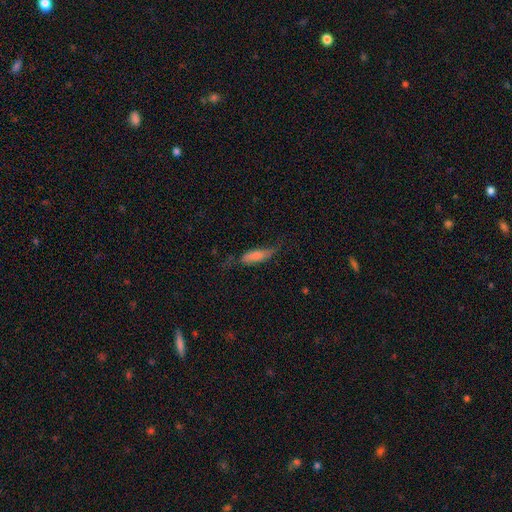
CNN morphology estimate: The model was most divided on "how rounded": in between: 52%, cigar-shaped: 45%, round: 3%. Remaining: smooth or featured — smooth (68%); merging — none (44%).